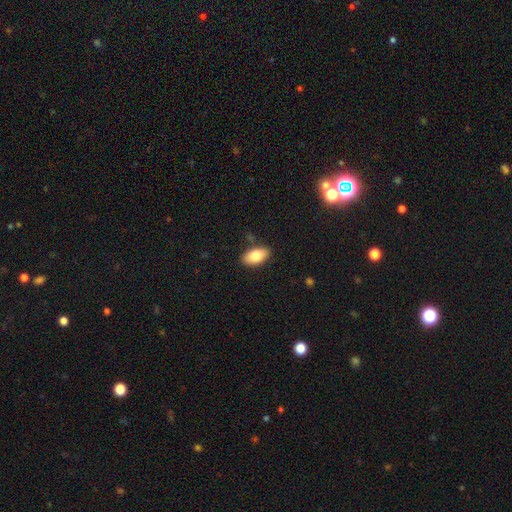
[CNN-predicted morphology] Smooth or featured?
  - smooth: 80% *
  - featured or disk: 13%
  - star or artifact: 7%
How rounded?
  - in between: 93% *
  - round: 4%
  - cigar-shaped: 3%
Merging?
  - none: 85% *
  - minor disturbance: 10%
  - merger: 2%
  - major disturbance: 2%